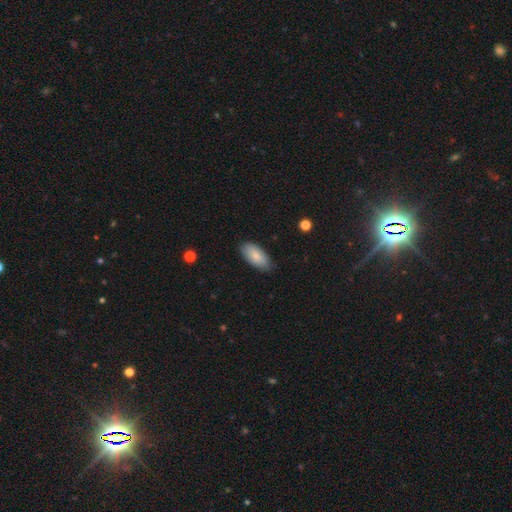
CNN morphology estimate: This is clearly a smooth galaxy (82%). How rounded: clearly in between (93%). Merging: clearly none (80%).